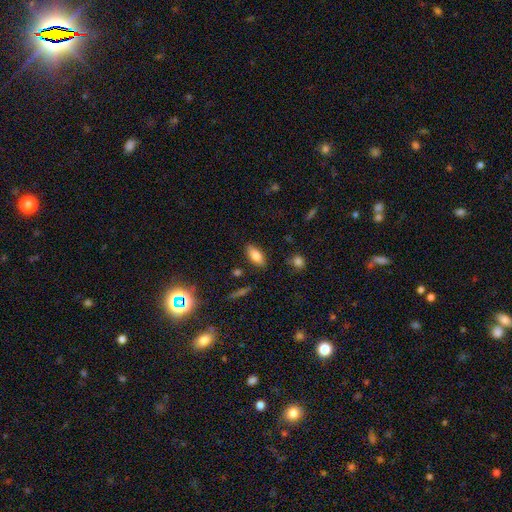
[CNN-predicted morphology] Smooth or featured? smooth (81%)
How rounded? in between (87%)
Merging? none (86%)